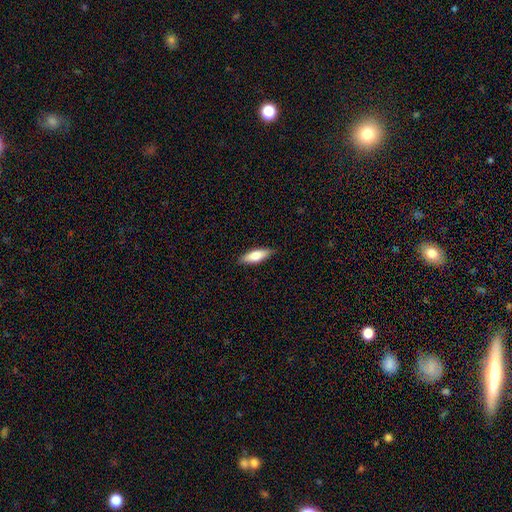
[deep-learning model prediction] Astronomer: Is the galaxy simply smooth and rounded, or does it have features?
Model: smooth — 73%.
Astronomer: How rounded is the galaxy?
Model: in between — 61% (runner-up: cigar-shaped, 37%).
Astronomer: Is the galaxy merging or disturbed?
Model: none — 87%.